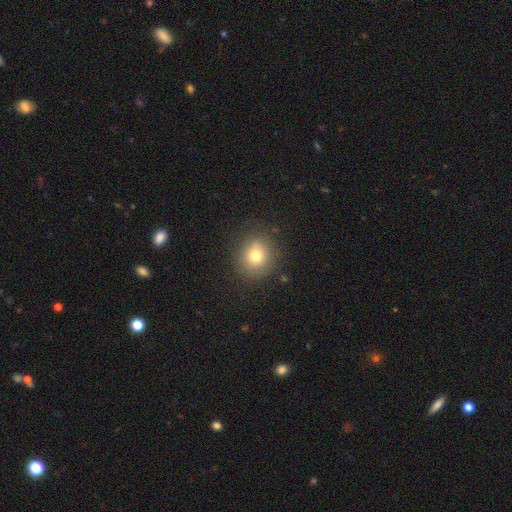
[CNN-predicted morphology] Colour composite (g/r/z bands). It shows a smooth galaxy with no disk features (76%) that is round (84%). Merging: none (82%).